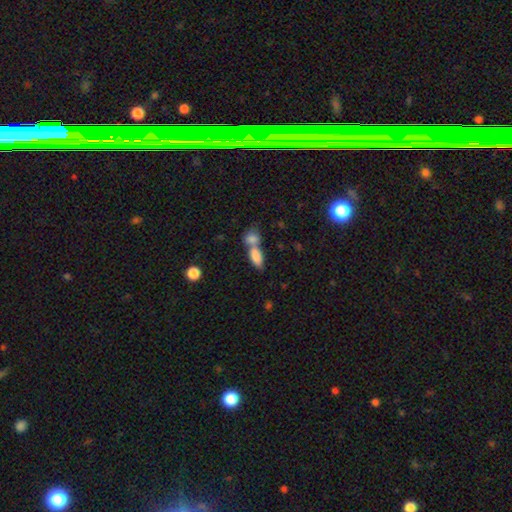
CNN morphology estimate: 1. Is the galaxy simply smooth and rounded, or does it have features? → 85% smooth, 8% featured or disk, 7% star or artifact.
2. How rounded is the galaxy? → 87% in between, 8% cigar-shaped, 5% round.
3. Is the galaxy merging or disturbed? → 59% merger, 29% none, 8% minor disturbance, 4% major disturbance.